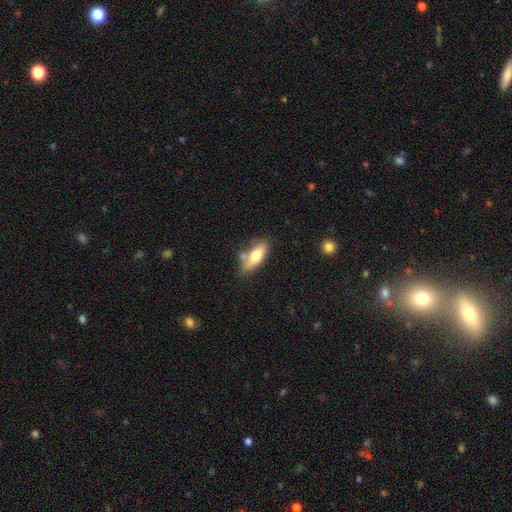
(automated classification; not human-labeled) Smooth or featured?
  - smooth: 68% *
  - featured or disk: 25%
  - star or artifact: 6%
How rounded?
  - in between: 70% *
  - cigar-shaped: 27%
  - round: 3%
Merging?
  - none: 62% *
  - minor disturbance: 20%
  - merger: 14%
  - major disturbance: 5%